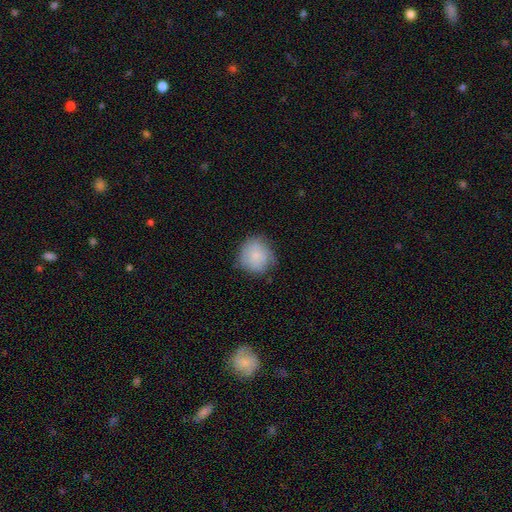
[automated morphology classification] type=smooth (74%); roundness=round (87%); merging=none (68%).